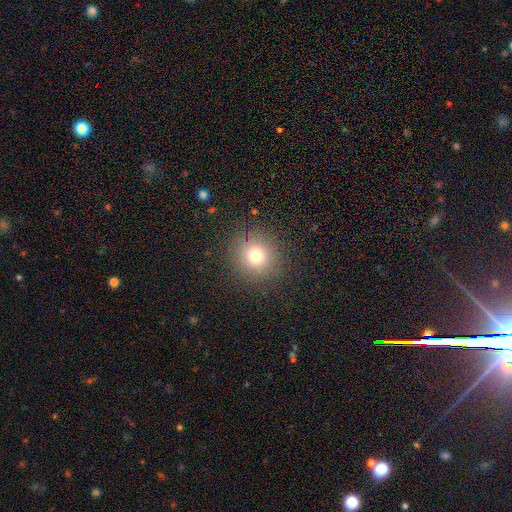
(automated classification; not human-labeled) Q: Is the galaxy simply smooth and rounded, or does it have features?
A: smooth — 73%.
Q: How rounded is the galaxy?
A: round — 93%.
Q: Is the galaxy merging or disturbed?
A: none — 89%.